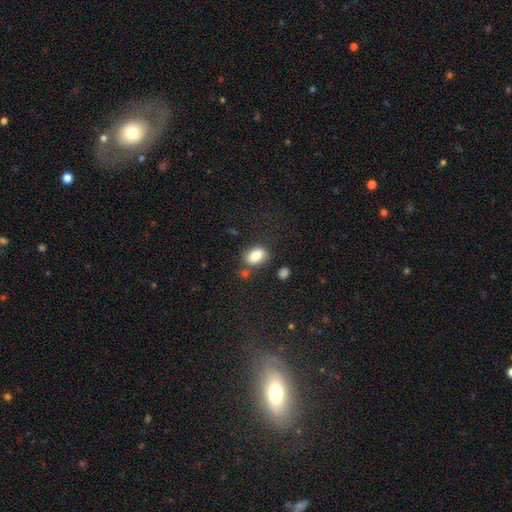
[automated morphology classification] This appears to be a smooth galaxy with no disk features (84%) that is in between round and cigar-shaped (82%). Merging: none (70%).